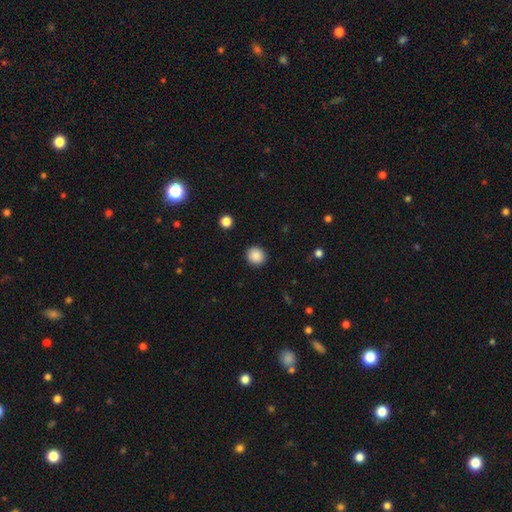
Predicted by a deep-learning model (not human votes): Q: Smooth or featured?
A: smooth (88%); runner-up: star or artifact (9%)
Q: How rounded?
A: round (89%); runner-up: in between (10%)
Q: Merging?
A: none (91%); runner-up: minor disturbance (6%)